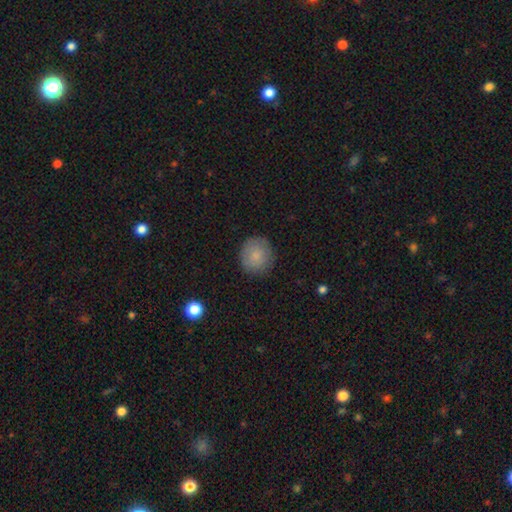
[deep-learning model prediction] smooth-or-featured: smooth: 84% | featured or disk: 8% | star or artifact: 8%
  how-rounded: round: 88% | in between: 11% | cigar-shaped: 1%
  merging: none: 86% | minor disturbance: 10% | major disturbance: 3% | merger: 1%